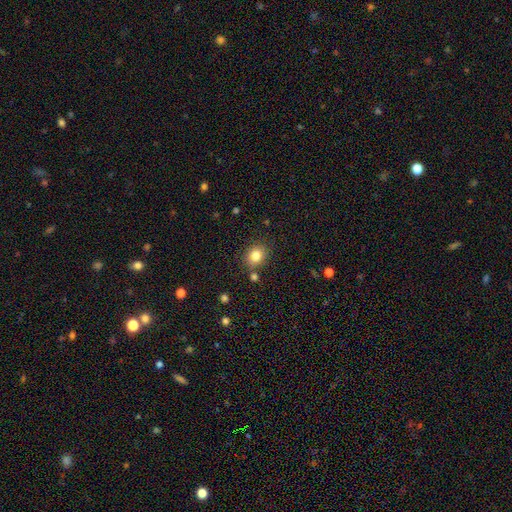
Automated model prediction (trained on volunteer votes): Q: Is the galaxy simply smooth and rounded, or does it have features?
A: smooth — 82%.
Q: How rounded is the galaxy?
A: round — 60%.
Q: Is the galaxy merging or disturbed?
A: none — 80%.